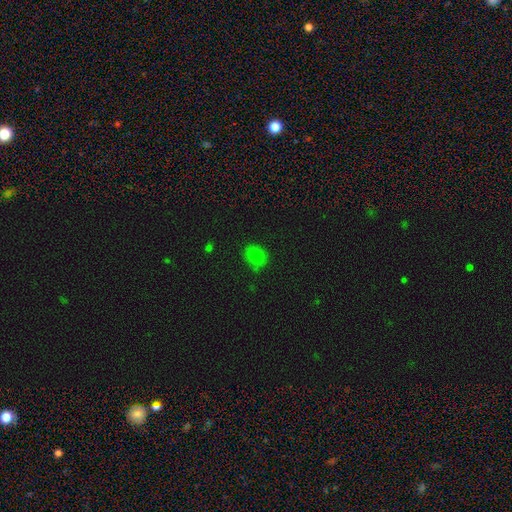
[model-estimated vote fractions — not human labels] Smooth or featured? smooth (78%)
How rounded? round (73%)
Merging? none (77%)